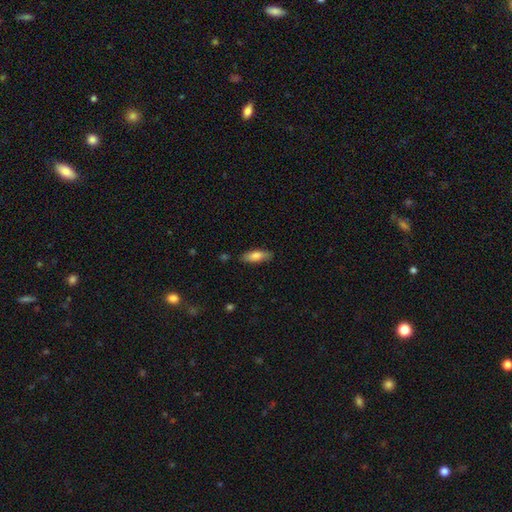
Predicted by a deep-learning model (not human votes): smooth-or-featured: smooth: 79% | featured or disk: 15% | star or artifact: 6%
  how-rounded: in between: 61% | cigar-shaped: 37% | round: 2%
  merging: none: 84% | minor disturbance: 12% | major disturbance: 2% | merger: 2%